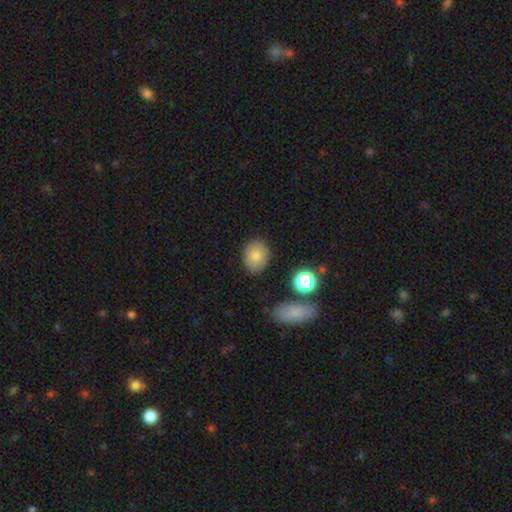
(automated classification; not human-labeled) smooth-or-featured: smooth: 78% | featured or disk: 12% | star or artifact: 10%
  how-rounded: round: 57% | in between: 42% | cigar-shaped: 1%
  merging: none: 85% | minor disturbance: 10% | major disturbance: 3% | merger: 2%